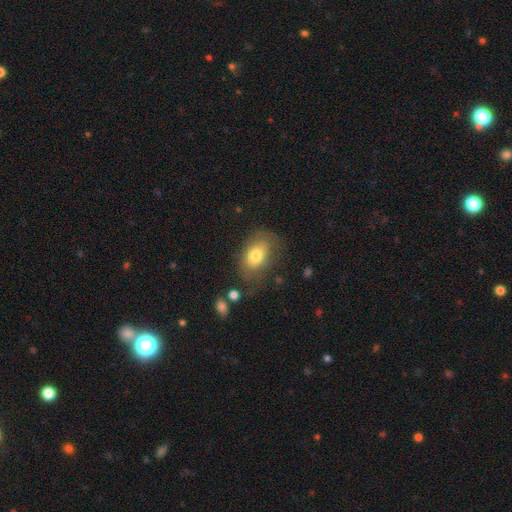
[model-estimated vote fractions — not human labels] smooth_or_featured: smooth (p=0.72) [alt: featured or disk p=0.20]
how_rounded: in between (p=0.84) [alt: round p=0.15]
merging: none (p=0.58) [alt: minor disturbance p=0.24]